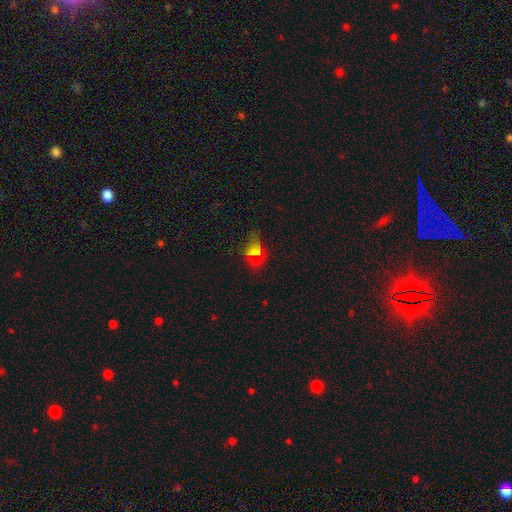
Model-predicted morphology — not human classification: This is possibly a smooth galaxy (55%). How rounded: likely in between (74%). Merging: likely none (73%).